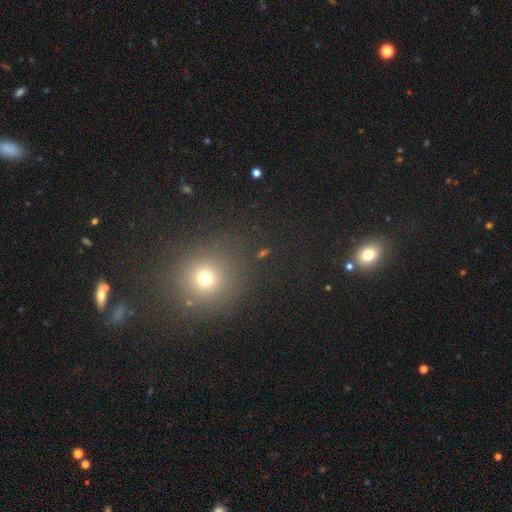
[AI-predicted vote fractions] Smooth or featured?
  - smooth: 55% *
  - star or artifact: 38%
  - featured or disk: 7%
How rounded?
  - round: 85% *
  - in between: 13%
  - cigar-shaped: 1%
Merging?
  - none: 86% *
  - minor disturbance: 8%
  - major disturbance: 3%
  - merger: 3%